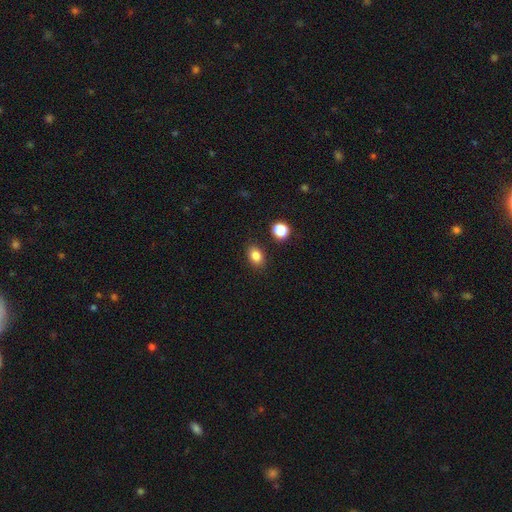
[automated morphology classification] This appears to be a smooth galaxy with no disk features (84%) that is in between round and cigar-shaped (72%). Merging: none (86%).